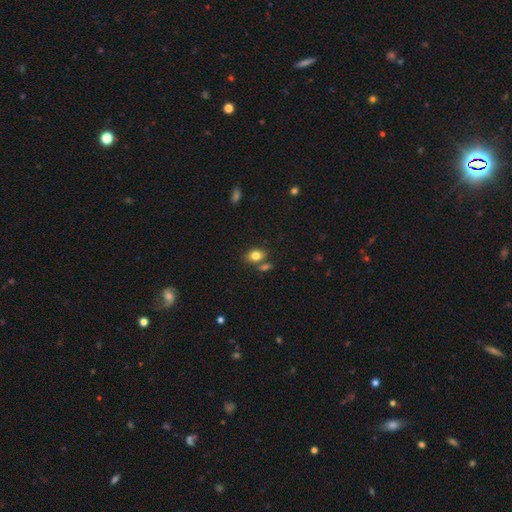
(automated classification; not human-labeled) Overall: smooth (80%). How rounded: in between (76%). Merging: none (63%).